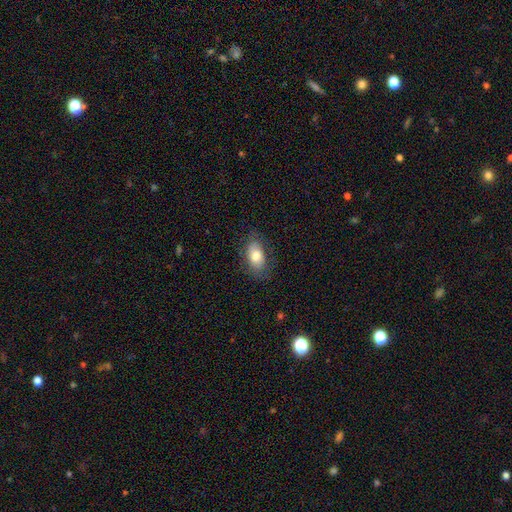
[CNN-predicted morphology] A smooth galaxy with no disk features (77%) that is in between round and cigar-shaped (91%).

Vote fractions:
- Smooth or featured? smooth: 77% / featured or disk: 16% / star or artifact: 7%
- How rounded? in between: 91% / round: 7% / cigar-shaped: 2%
- Merging? none: 76% / minor disturbance: 17% / major disturbance: 6% / merger: 1%